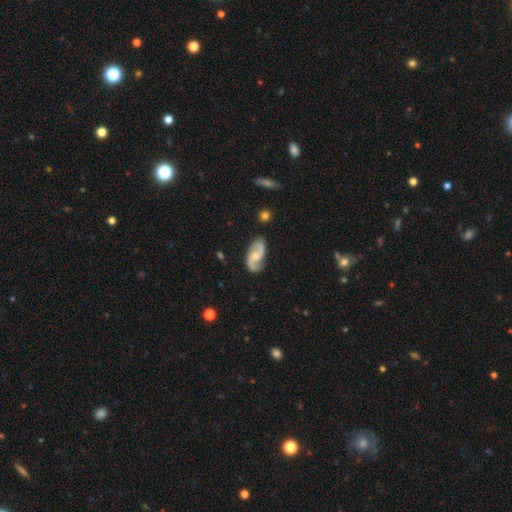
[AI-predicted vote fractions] Smooth or featured?
  - featured or disk: 86% *
  - smooth: 10%
  - star or artifact: 4%
Edge-on disk?
  - no: 97% *
  - yes: 3%
Bar?
  - no: 49% *
  - weak: 43%
  - strong: 8%
Spiral arms?
  - yes: 97% *
  - no: 3%
Spiral winding?
  - loose: 45% *
  - medium: 44%
  - tight: 12%
Spiral arm count?
  - 2: 92% *
  - 1: 3%
  - can't tell: 3%
  - 3: 1%
  - 4: 1%
  - more than 4: 1%
Bulge size?
  - moderate: 45% *
  - small: 35%
  - none: 13%
  - large: 5%
  - dominant: 1%
Merging?
  - none: 76% *
  - minor disturbance: 16%
  - major disturbance: 5%
  - merger: 3%